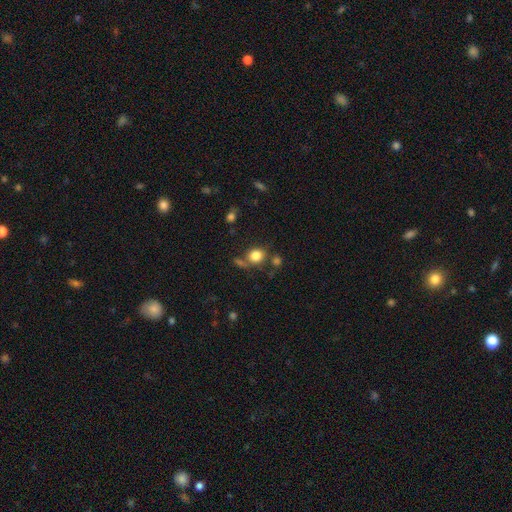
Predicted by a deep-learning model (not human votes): Smooth or featured? Predicted: smooth (p=0.82). How rounded? Predicted: round (p=0.73). Merging? Predicted: none (p=0.64).